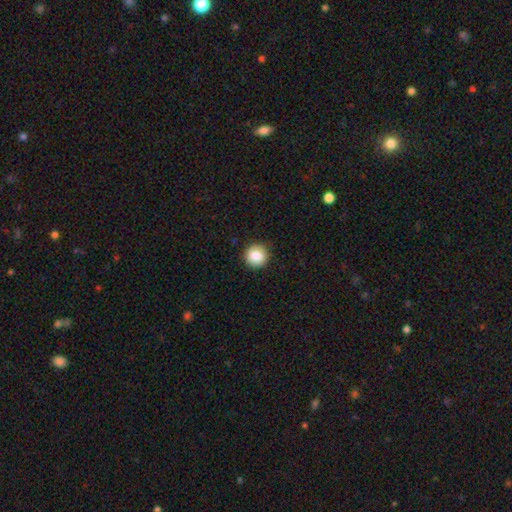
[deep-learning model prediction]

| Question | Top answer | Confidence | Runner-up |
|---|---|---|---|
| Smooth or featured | smooth | 84% | star or artifact (8%) |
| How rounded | round | 93% | in between (6%) |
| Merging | none | 90% | minor disturbance (7%) |